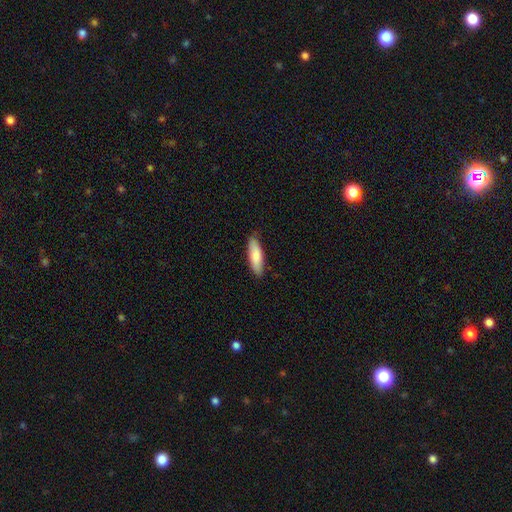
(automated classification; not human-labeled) Q: Smooth or featured?
A: smooth (83%); runner-up: featured or disk (12%)
Q: How rounded?
A: cigar-shaped (50%); runner-up: in between (49%)
Q: Merging?
A: none (84%); runner-up: minor disturbance (13%)